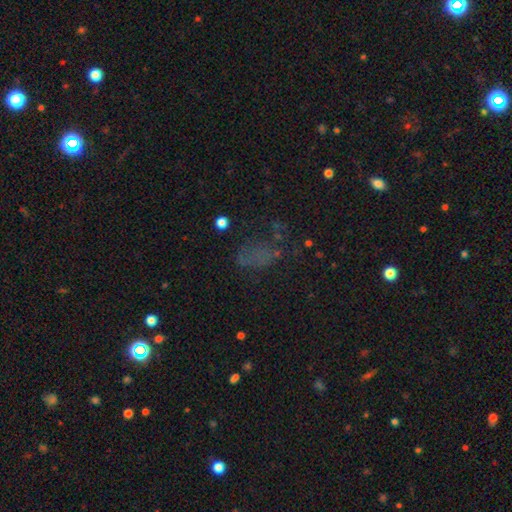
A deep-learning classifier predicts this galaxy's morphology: Q: Smooth or featured?
A: smooth (43%); runner-up: star or artifact (35%)
Q: Merging?
A: none (46%); runner-up: major disturbance (29%)